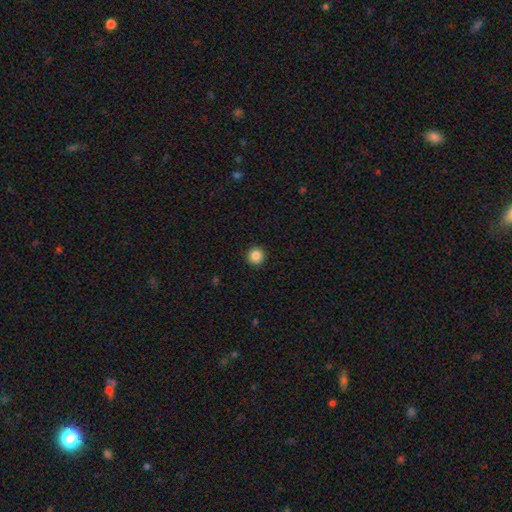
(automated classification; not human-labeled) Q: Smooth or featured?
A: smooth (87%); runner-up: star or artifact (10%)
Q: How rounded?
A: round (96%); runner-up: in between (3%)
Q: Merging?
A: none (93%); runner-up: minor disturbance (4%)